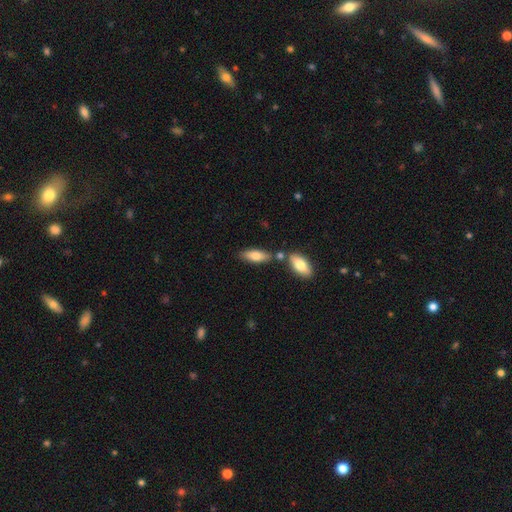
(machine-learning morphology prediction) type=smooth (76%); roundness=in between (69%); merging=none (65%).